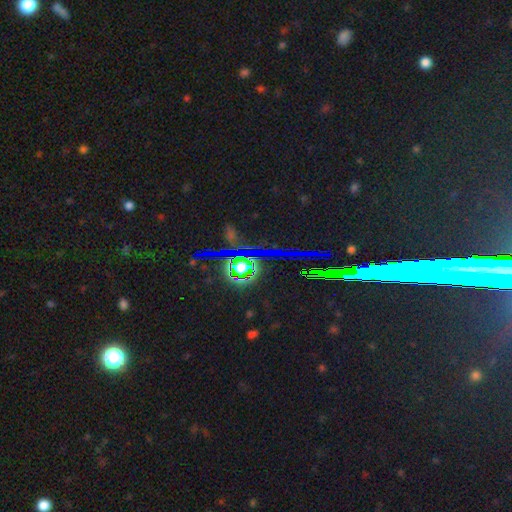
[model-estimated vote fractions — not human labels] Q: Smooth or featured?
A: star or artifact (83%); runner-up: featured or disk (9%)